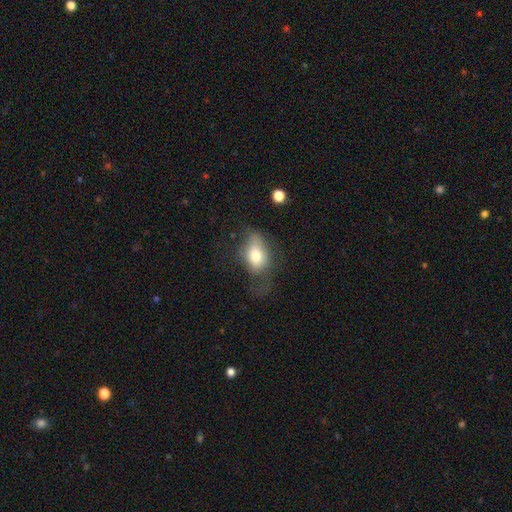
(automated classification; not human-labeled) Smooth or featured? smooth (70%)
How rounded? in between (82%)
Merging? none (35%, tied with major disturbance)